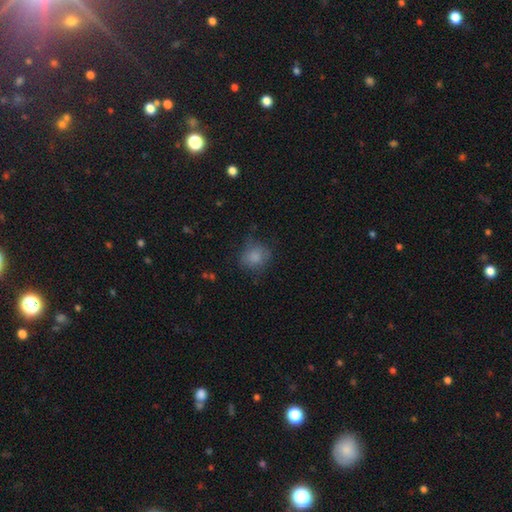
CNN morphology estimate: type=smooth (73%); roundness=round (73%); merging=none (67%).